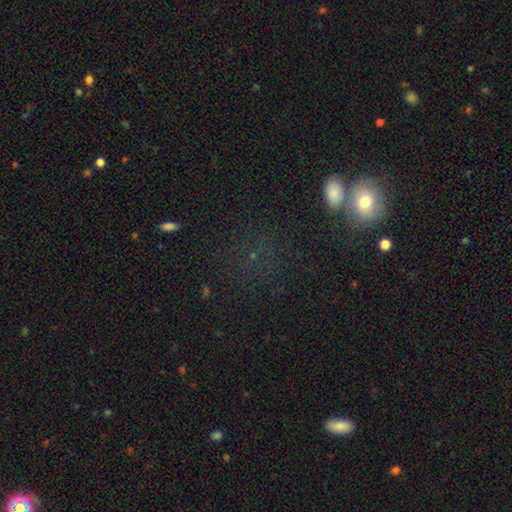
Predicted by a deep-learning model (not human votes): Smooth or featured: smooth — 47% (star or artifact — 38%)
Merging: none — 52% (merger — 27%)